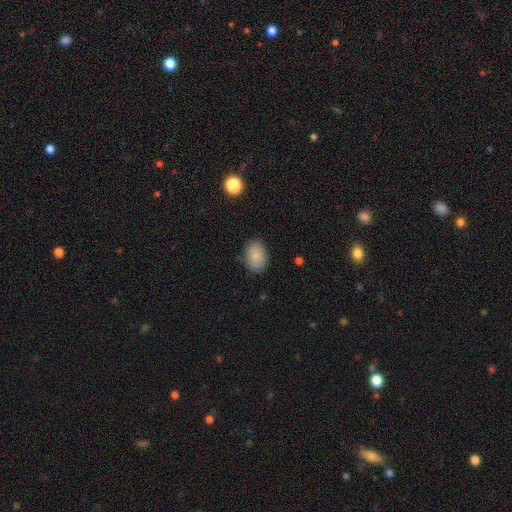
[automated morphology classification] Q: Smooth or featured?
A: smooth (85%); runner-up: star or artifact (8%)
Q: How rounded?
A: in between (81%); runner-up: round (18%)
Q: Merging?
A: none (84%); runner-up: minor disturbance (12%)